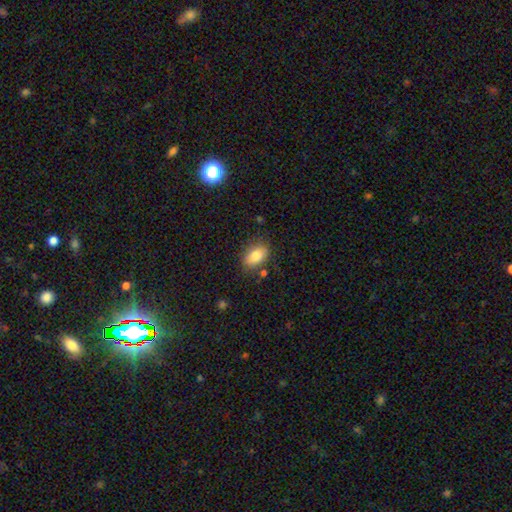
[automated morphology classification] A smooth galaxy with no disk features (83%) that is in between round and cigar-shaped (87%). Merging: none (78%).